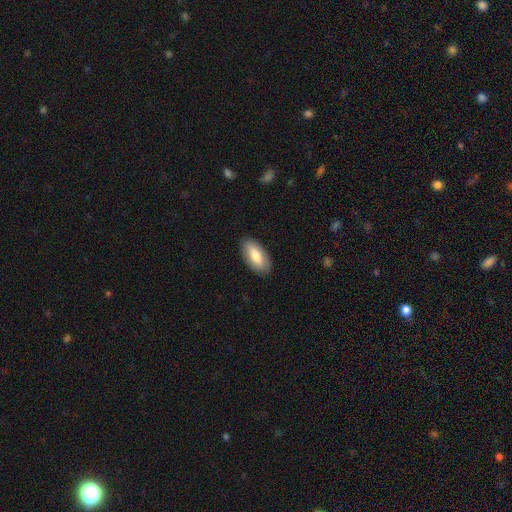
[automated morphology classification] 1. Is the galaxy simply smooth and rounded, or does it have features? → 72% smooth, 23% featured or disk, 6% star or artifact.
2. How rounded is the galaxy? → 90% in between, 8% cigar-shaped, 2% round.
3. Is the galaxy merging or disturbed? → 86% none, 10% minor disturbance, 2% major disturbance, 1% merger.